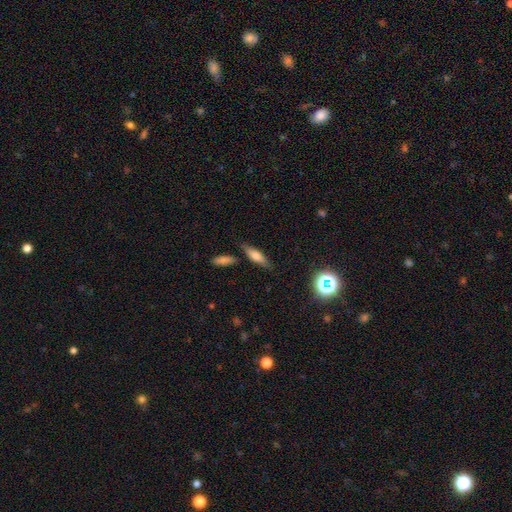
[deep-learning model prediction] smooth_or_featured: smooth (p=0.61) [alt: featured or disk p=0.29]
how_rounded: cigar-shaped (p=0.53) [alt: in between p=0.44]
merging: none (p=0.78) [alt: minor disturbance p=0.14]